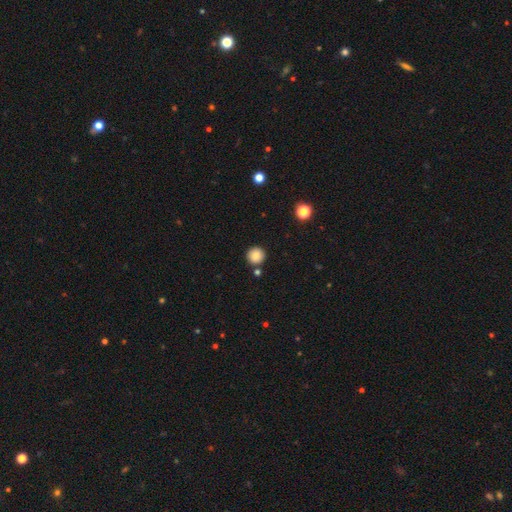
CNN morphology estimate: Q: Smooth or featured?
A: smooth (86%); runner-up: star or artifact (10%)
Q: How rounded?
A: round (94%); runner-up: in between (5%)
Q: Merging?
A: none (85%); runner-up: minor disturbance (7%)